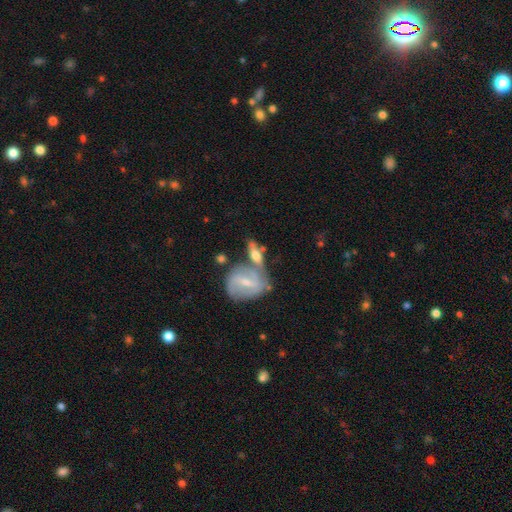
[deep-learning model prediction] Smooth or featured? featured or disk (53%)
Edge-on disk? no (67%)
Merging? merger (41%)